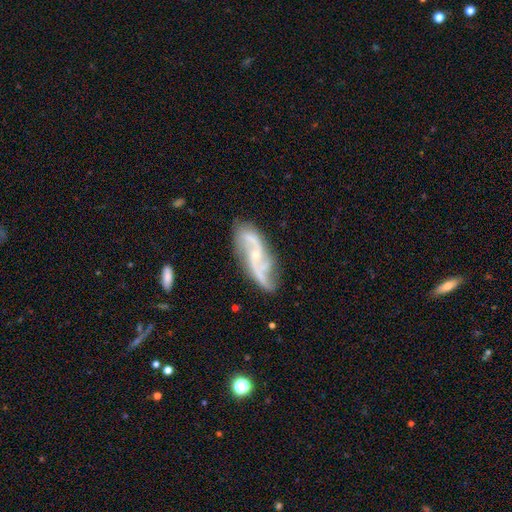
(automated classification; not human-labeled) The model was most divided on "spiral winding": loose: 50%, medium: 37%, tight: 13%. More confident: spiral arms — yes (96%); edge-on disk — no (92%); smooth or featured — featured or disk (85%); merging — none (71%); bulge size — small (69%); spiral arm count — 2 (67%); bar — no (54%).